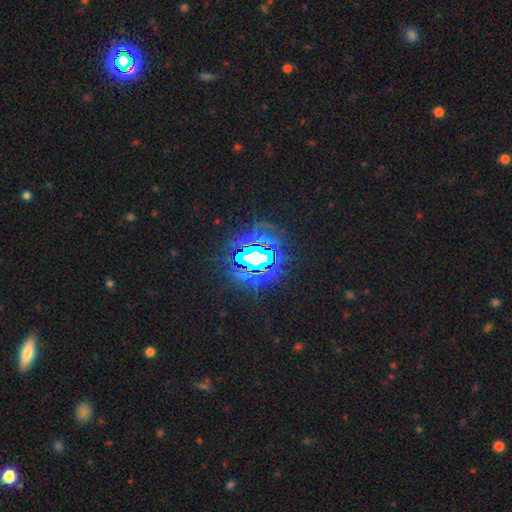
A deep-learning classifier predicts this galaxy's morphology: Smooth or featured? Predicted: star or artifact (p=0.75).